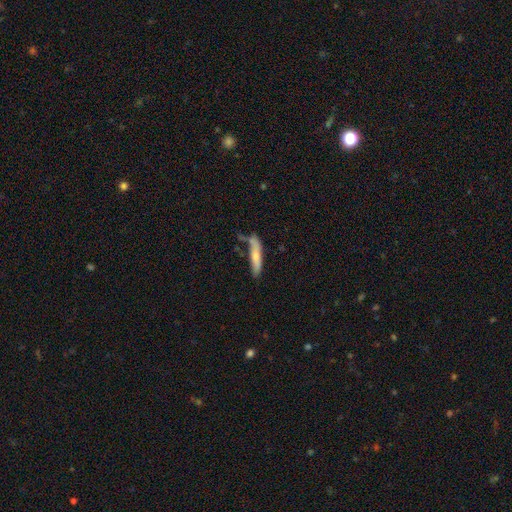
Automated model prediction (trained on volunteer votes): Overall: smooth (66%; featured or disk 28%). How rounded: cigar-shaped (83%). Merging: none (55%; minor disturbance 24%).